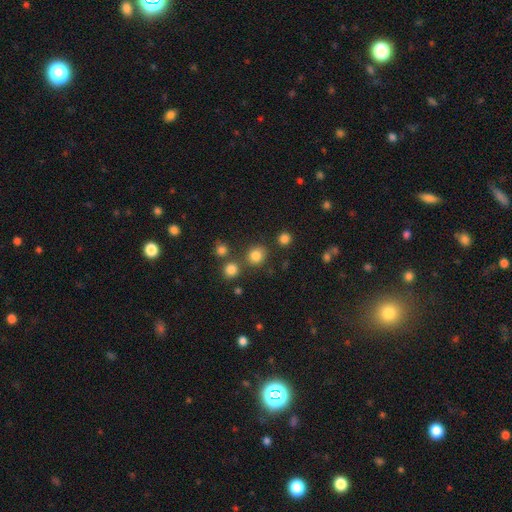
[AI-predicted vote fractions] Smooth or featured? Predicted: smooth (p=0.80). How rounded? Predicted: round (p=0.84). Merging? Predicted: none (p=0.77).